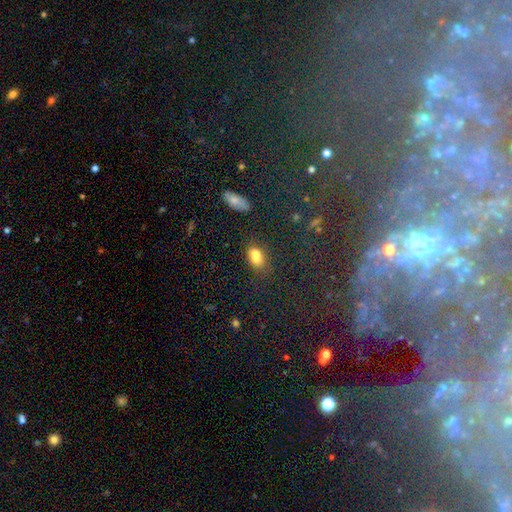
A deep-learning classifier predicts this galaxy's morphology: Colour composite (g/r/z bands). It shows a smooth galaxy with no disk features (77%) that is in between round and cigar-shaped (83%). Merging: none (49%).